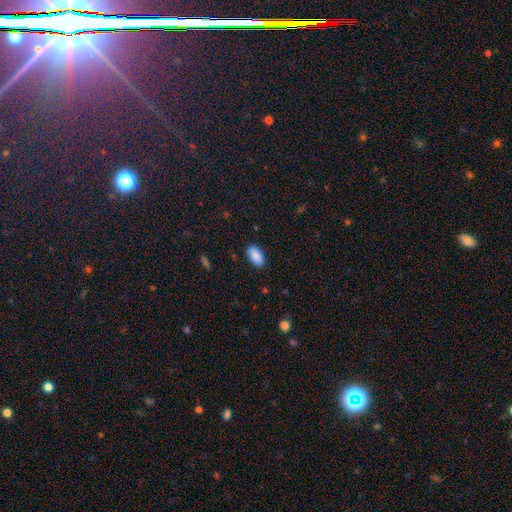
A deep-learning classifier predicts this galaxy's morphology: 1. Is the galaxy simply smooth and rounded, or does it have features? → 89% smooth, 7% star or artifact, 5% featured or disk.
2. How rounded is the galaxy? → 95% in between, 3% round, 2% cigar-shaped.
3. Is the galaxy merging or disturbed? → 88% none, 9% minor disturbance, 2% major disturbance, 1% merger.